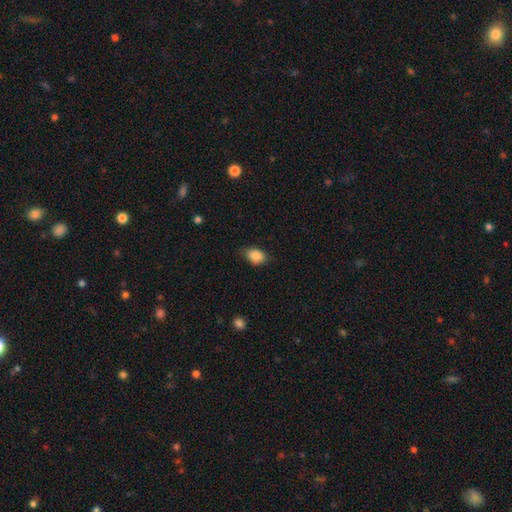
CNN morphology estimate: smooth_or_featured: smooth (p=0.87) [alt: star or artifact p=0.08]
how_rounded: in between (p=0.75) [alt: round p=0.24]
merging: none (p=0.74) [alt: minor disturbance p=0.22]